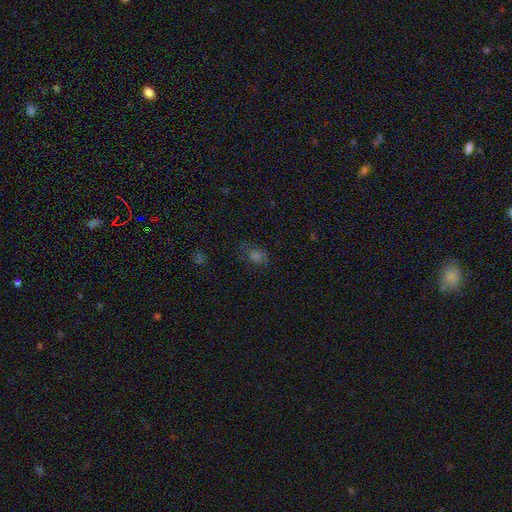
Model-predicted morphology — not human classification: This appears to be a smooth galaxy with no disk features (48%). Merging: none (69%).